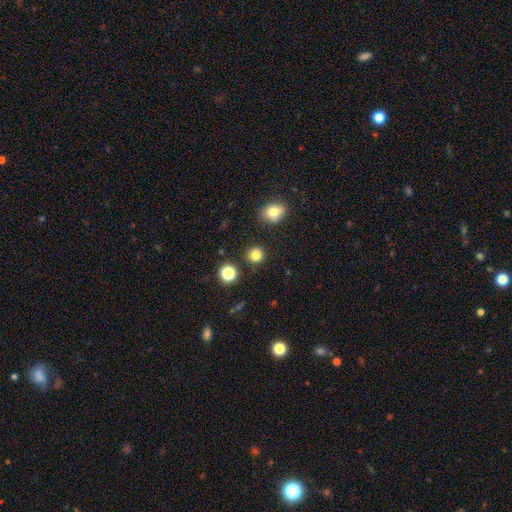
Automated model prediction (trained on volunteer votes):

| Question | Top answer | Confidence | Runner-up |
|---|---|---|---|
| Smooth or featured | smooth | 82% | star or artifact (14%) |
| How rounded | round | 89% | in between (10%) |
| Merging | none | 88% | minor disturbance (7%) |